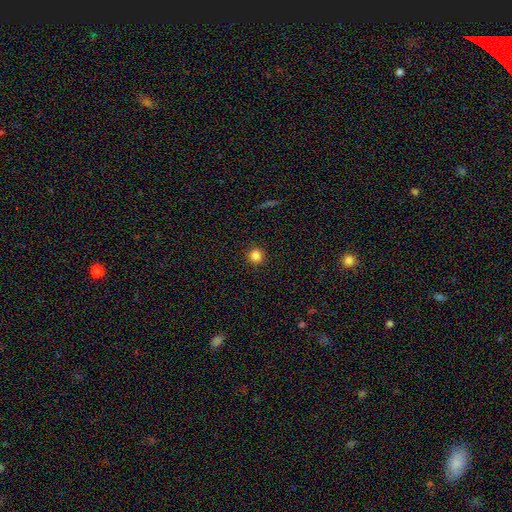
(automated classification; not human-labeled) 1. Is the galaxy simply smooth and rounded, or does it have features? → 85% smooth, 12% star or artifact, 4% featured or disk.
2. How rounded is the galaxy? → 94% round, 5% in between, 1% cigar-shaped.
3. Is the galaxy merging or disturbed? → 92% none, 5% minor disturbance, 2% major disturbance, 1% merger.